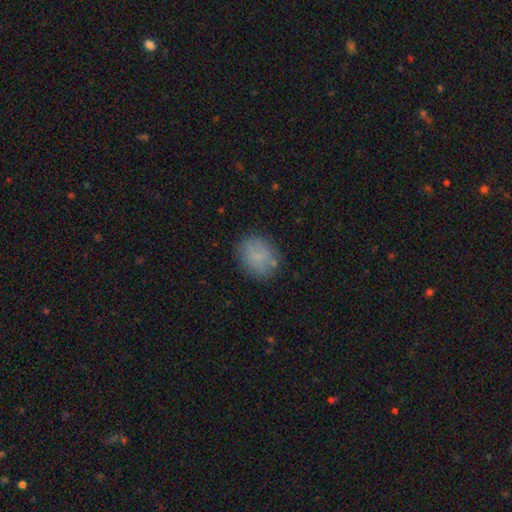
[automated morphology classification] Smooth or featured?
  - smooth: 78% *
  - featured or disk: 11%
  - star or artifact: 10%
How rounded?
  - round: 63% *
  - in between: 36%
  - cigar-shaped: 1%
Merging?
  - none: 82% *
  - minor disturbance: 13%
  - major disturbance: 4%
  - merger: 2%